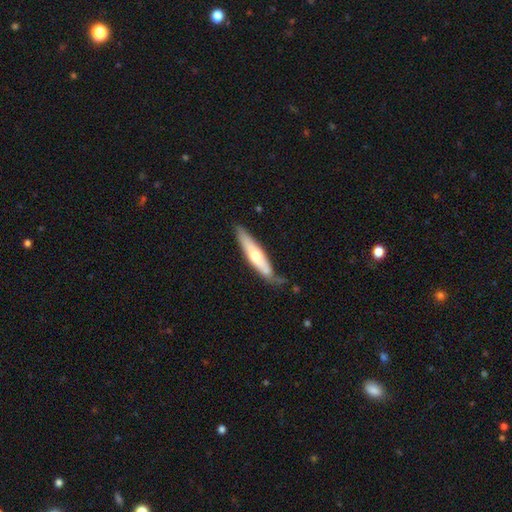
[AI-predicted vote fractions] A smooth galaxy with no disk features (53%) that is cigar-shaped (81%).

Vote fractions:
- Smooth or featured? smooth: 53% / featured or disk: 42% / star or artifact: 5%
- How rounded? cigar-shaped: 81% / in between: 17% / round: 1%
- Merging? none: 67% / minor disturbance: 24% / major disturbance: 5% / merger: 3%